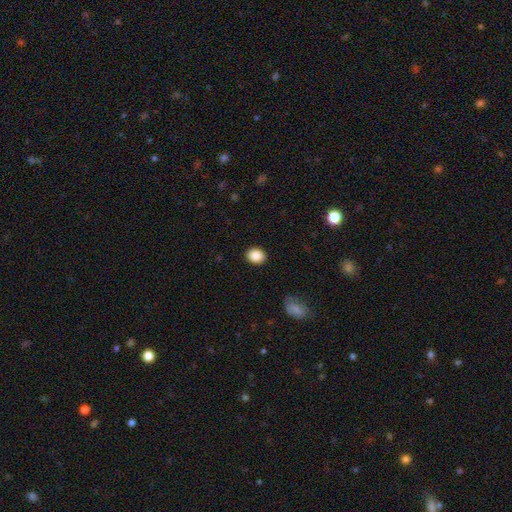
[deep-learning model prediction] This appears to be a smooth galaxy with no disk features (88%) that is round (59%). Merging: none (90%).